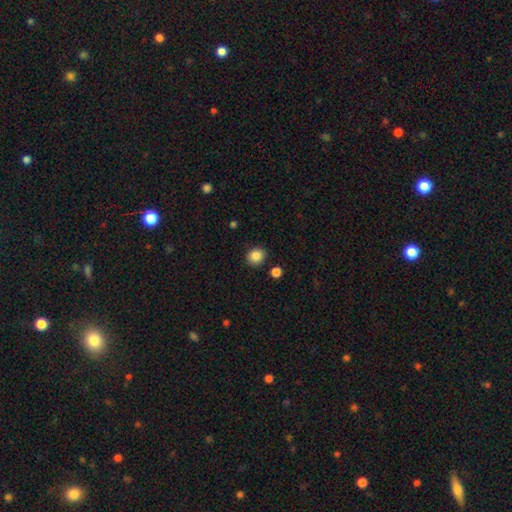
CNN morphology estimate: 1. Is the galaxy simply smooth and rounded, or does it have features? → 87% smooth, 10% star or artifact, 4% featured or disk.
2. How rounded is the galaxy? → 83% round, 17% in between, 1% cigar-shaped.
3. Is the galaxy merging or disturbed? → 88% none, 7% minor disturbance, 3% merger, 2% major disturbance.